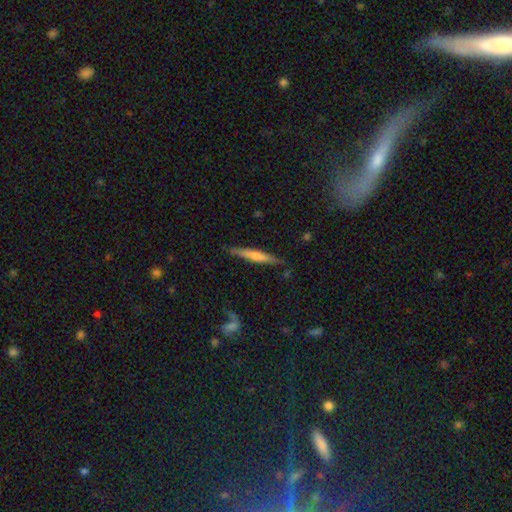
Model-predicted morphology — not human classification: Smooth or featured?
  - featured or disk: 50% *
  - smooth: 45%
  - star or artifact: 6%
Merging?
  - none: 85% *
  - minor disturbance: 11%
  - major disturbance: 2%
  - merger: 2%